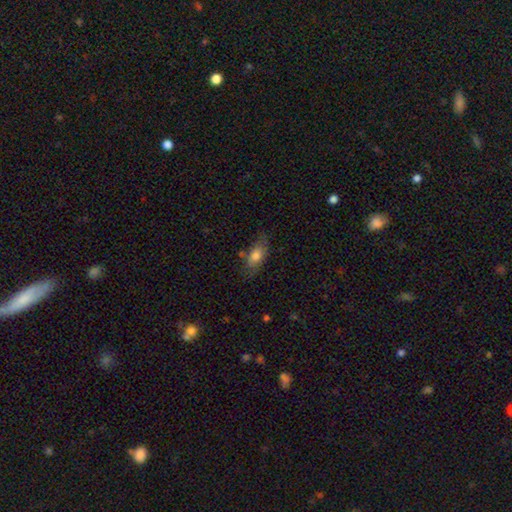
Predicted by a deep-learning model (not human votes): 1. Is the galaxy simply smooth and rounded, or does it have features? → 73% smooth, 21% featured or disk, 7% star or artifact.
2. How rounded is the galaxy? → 86% in between, 9% cigar-shaped, 5% round.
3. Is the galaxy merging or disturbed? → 63% none, 25% minor disturbance, 8% major disturbance, 4% merger.